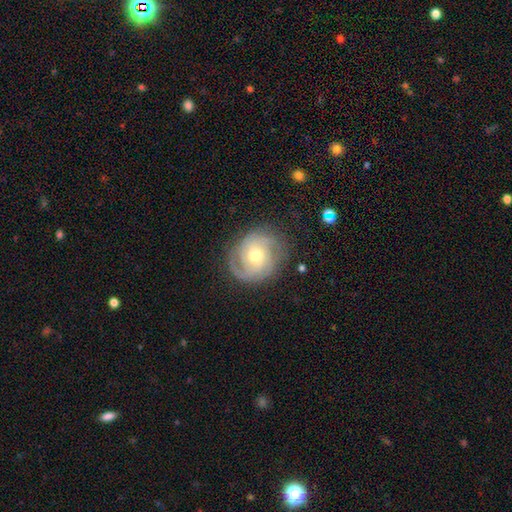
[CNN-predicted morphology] Smooth or featured?
  - featured or disk: 84% *
  - smooth: 11%
  - star or artifact: 5%
Edge-on disk?
  - no: 98% *
  - yes: 2%
Bar?
  - no: 69% *
  - weak: 25%
  - strong: 6%
Spiral arms?
  - yes: 95% *
  - no: 5%
Spiral winding?
  - tight: 60% *
  - medium: 32%
  - loose: 8%
Spiral arm count?
  - 2: 35% *
  - 3: 31%
  - can't tell: 18%
  - 4: 6%
  - 1: 6%
  - more than 4: 5%
Bulge size?
  - moderate: 71% *
  - small: 23%
  - large: 4%
  - dominant: 1%
  - none: 1%
Merging?
  - none: 79% *
  - minor disturbance: 15%
  - major disturbance: 5%
  - merger: 1%